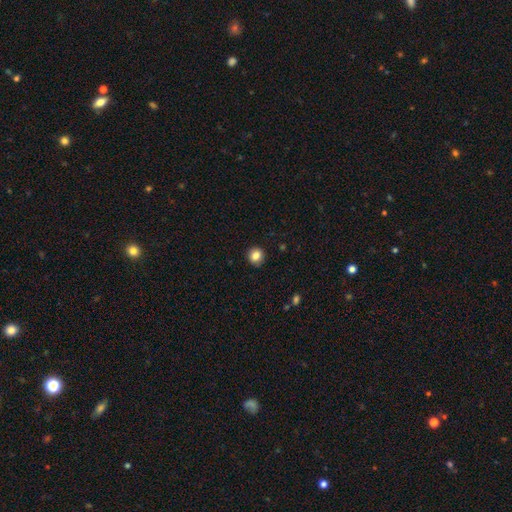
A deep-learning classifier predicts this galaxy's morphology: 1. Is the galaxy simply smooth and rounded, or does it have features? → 84% smooth, 10% star or artifact, 6% featured or disk.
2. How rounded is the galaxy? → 90% round, 9% in between, 1% cigar-shaped.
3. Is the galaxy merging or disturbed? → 91% none, 7% minor disturbance, 2% major disturbance, 1% merger.